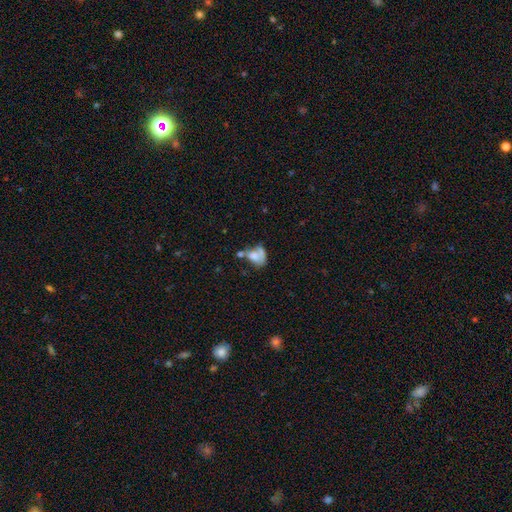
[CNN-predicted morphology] Overall: smooth (61%; featured or disk 28%). How rounded: in between (75%). Merging: merger (42%; major disturbance 22%).